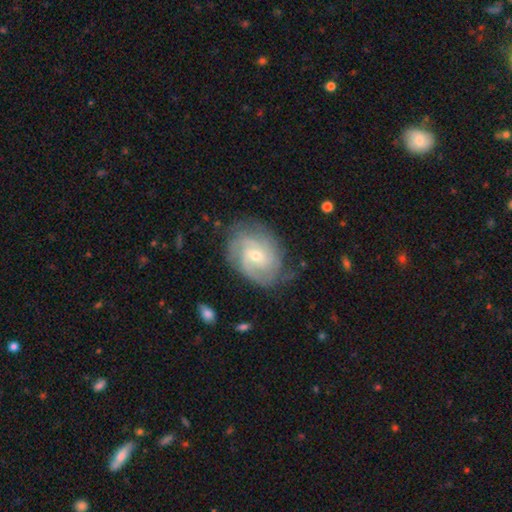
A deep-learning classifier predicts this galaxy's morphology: Q: Smooth or featured?
A: featured or disk (84%); runner-up: smooth (10%)
Q: Edge-on disk?
A: no (97%); runner-up: yes (3%)
Q: Bar?
A: no (52%); runner-up: weak (40%)
Q: Spiral arms?
A: yes (96%); runner-up: no (4%)
Q: Spiral winding?
A: tight (55%); runner-up: medium (36%)
Q: Spiral arm count?
A: 3 (29%); runner-up: 2 (26%)
Q: Bulge size?
A: small (58%); runner-up: moderate (39%)
Q: Merging?
A: none (73%); runner-up: minor disturbance (19%)